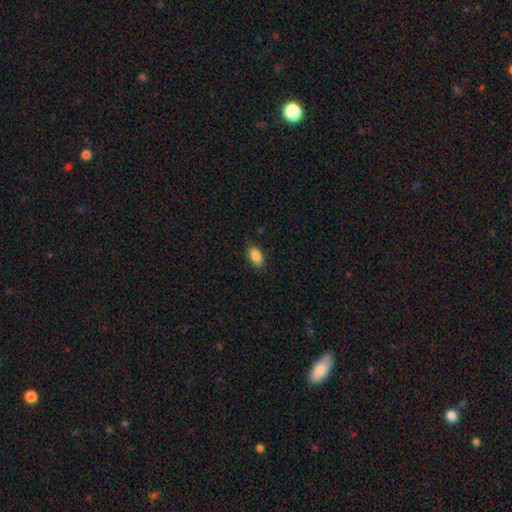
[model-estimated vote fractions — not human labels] Smooth or featured? Predicted: smooth (p=0.88). How rounded? Predicted: in between (p=0.90). Merging? Predicted: none (p=0.85).